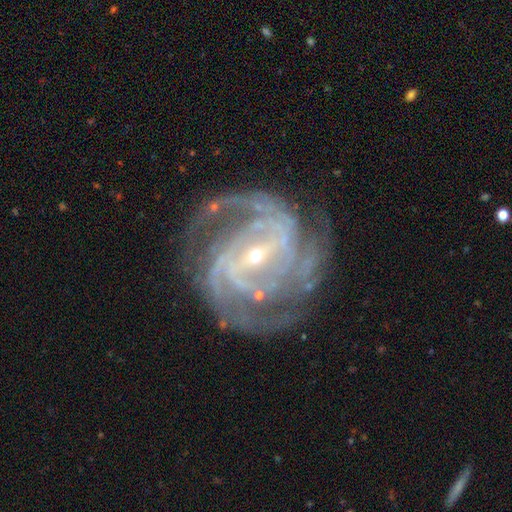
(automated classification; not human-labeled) Overall: featured or disk (93%). Edge-on disk: no (98%). Bar: strong (44%; weak 37%). Spiral arms: yes (98%). Spiral arm count: 2 (33%; 3 24%). Spiral winding: tight (50%; medium 42%). Bulge size: small (78%). Merging: none (73%).